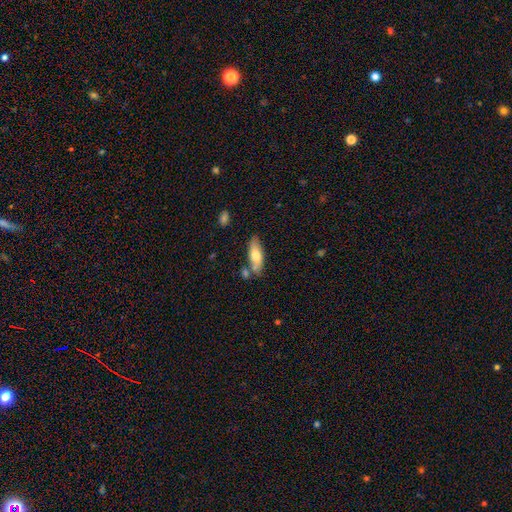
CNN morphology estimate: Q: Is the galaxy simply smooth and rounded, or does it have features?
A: smooth — 68%.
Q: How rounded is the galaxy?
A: in between — 67%.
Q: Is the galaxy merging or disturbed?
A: none — 66%.